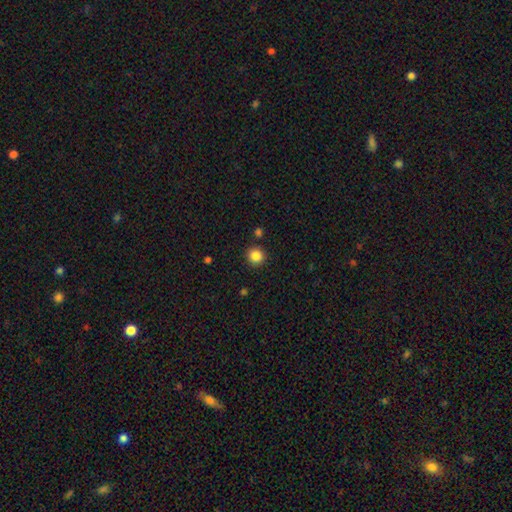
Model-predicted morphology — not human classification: A smooth galaxy with no disk features (86%) that is round (92%). Merging: none (89%).